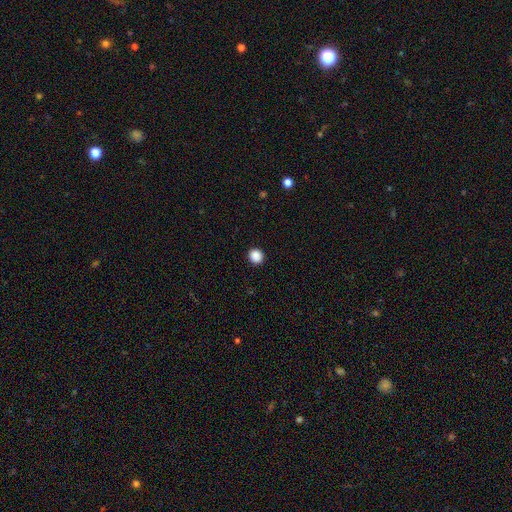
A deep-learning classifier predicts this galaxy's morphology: smooth 88%, star or artifact 10%, featured or disk 2%. Down the decision tree: how rounded — round (90%); merging — none (93%).